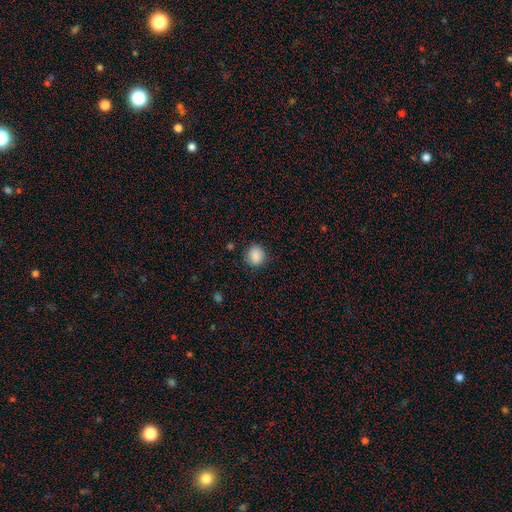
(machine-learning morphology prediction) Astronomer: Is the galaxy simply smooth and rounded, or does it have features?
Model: smooth — 88%.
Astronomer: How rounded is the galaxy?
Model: round — 79%.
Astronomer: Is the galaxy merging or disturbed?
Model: none — 85%.